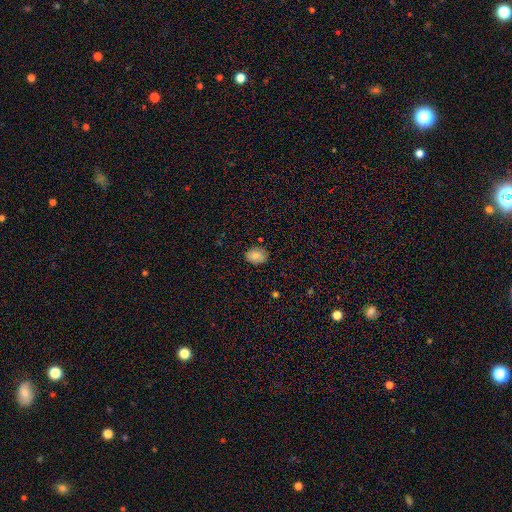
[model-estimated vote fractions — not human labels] Smooth or featured? smooth (82%)
How rounded? in between (67%)
Merging? none (82%)